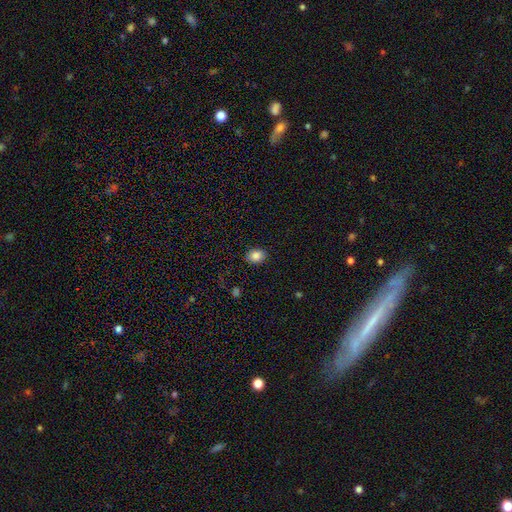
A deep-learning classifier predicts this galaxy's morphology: smooth_or_featured: smooth (p=0.86) [alt: star or artifact p=0.09]
how_rounded: in between (p=0.61) [alt: round p=0.38]
merging: none (p=0.88) [alt: minor disturbance p=0.09]